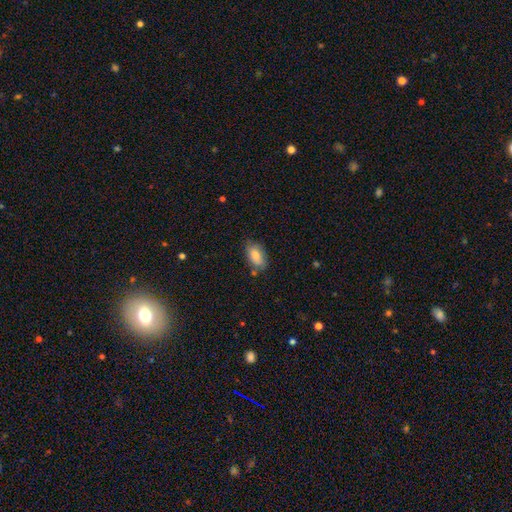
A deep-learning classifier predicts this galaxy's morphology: A smooth galaxy with no disk features (83%) that is in between round and cigar-shaped (91%).

Vote fractions:
- Smooth or featured? smooth: 83% / featured or disk: 10% / star or artifact: 7%
- How rounded? in between: 91% / round: 5% / cigar-shaped: 4%
- Merging? none: 71% / minor disturbance: 20% / merger: 5% / major disturbance: 4%